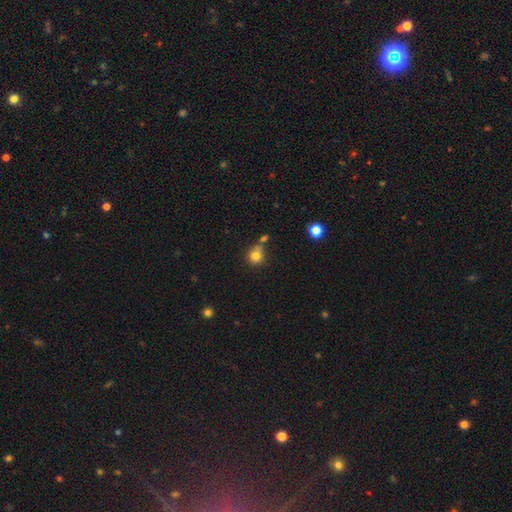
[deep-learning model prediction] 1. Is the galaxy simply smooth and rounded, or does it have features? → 80% smooth, 13% star or artifact, 8% featured or disk.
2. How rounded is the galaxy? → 88% round, 11% in between, 1% cigar-shaped.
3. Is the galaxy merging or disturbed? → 59% none, 22% merger, 14% minor disturbance, 5% major disturbance.